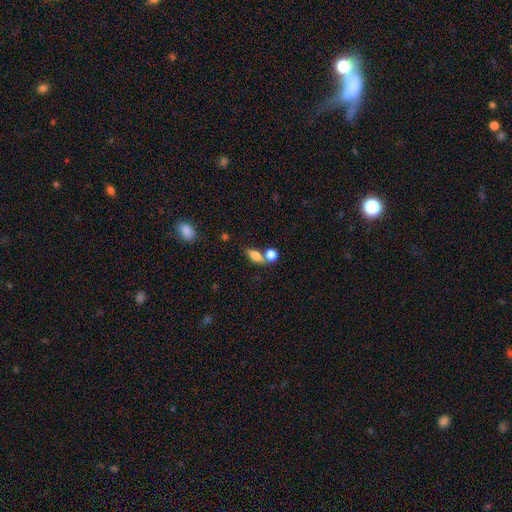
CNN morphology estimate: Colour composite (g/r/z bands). It shows a smooth galaxy with no disk features (75%) that is in between round and cigar-shaped (67%). Merging: none (54%).